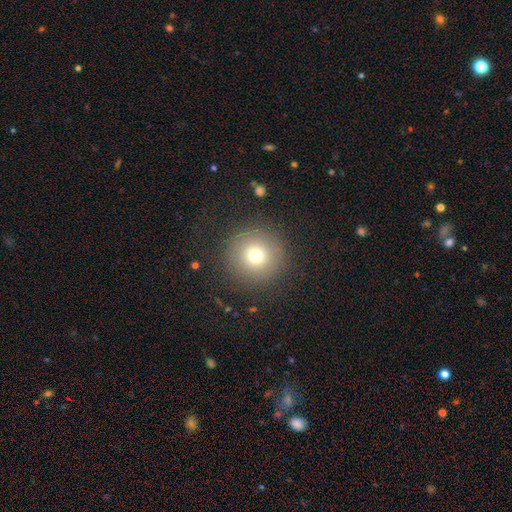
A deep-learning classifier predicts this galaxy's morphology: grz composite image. It shows a smooth galaxy with no disk features (71%) that is round (96%). Merging: none (88%).